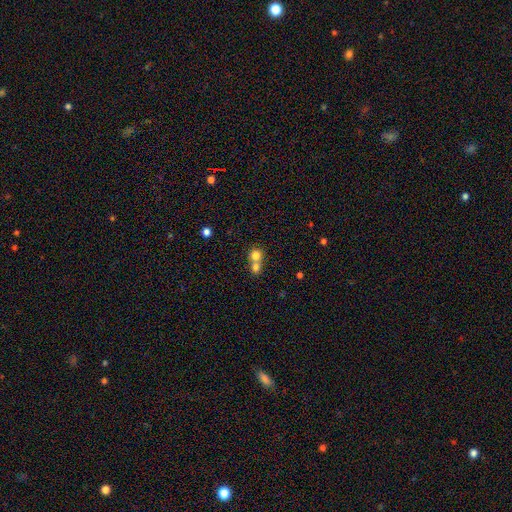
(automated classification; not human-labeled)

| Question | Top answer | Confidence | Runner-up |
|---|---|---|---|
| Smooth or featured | smooth | 77% | featured or disk (11%) |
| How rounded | round | 85% | in between (14%) |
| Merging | merger | 59% | none (34%) |